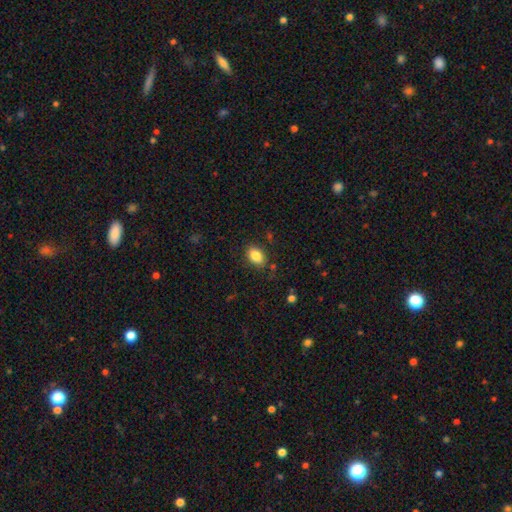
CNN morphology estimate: Smooth or featured?
  - smooth: 86% *
  - star or artifact: 8%
  - featured or disk: 6%
How rounded?
  - in between: 86% *
  - round: 12%
  - cigar-shaped: 1%
Merging?
  - none: 82% *
  - minor disturbance: 13%
  - major disturbance: 4%
  - merger: 2%